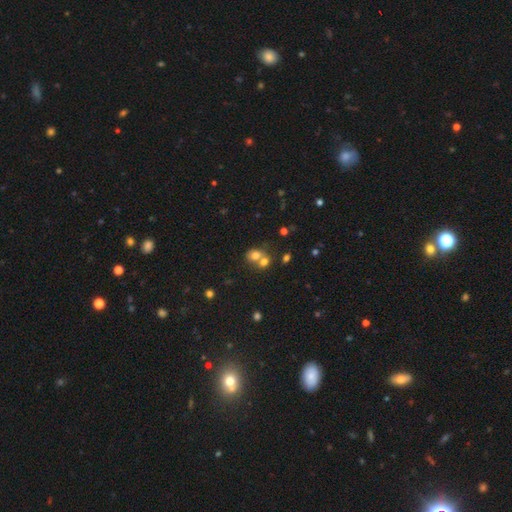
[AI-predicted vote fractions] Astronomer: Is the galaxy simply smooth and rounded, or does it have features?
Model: smooth — 72%.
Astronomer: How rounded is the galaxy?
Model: round — 51% (runner-up: in between, 47%).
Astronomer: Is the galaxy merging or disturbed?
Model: merger — 60%.